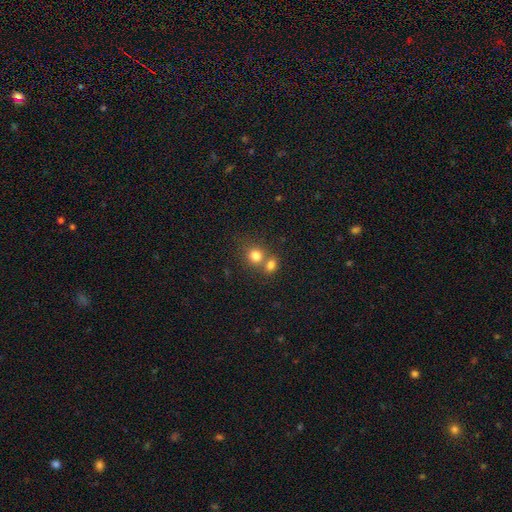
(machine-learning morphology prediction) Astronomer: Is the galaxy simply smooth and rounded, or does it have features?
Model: smooth — 79%.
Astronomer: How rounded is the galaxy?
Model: round — 81%.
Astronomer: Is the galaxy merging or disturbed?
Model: merger — 47% (runner-up: none, 44%).